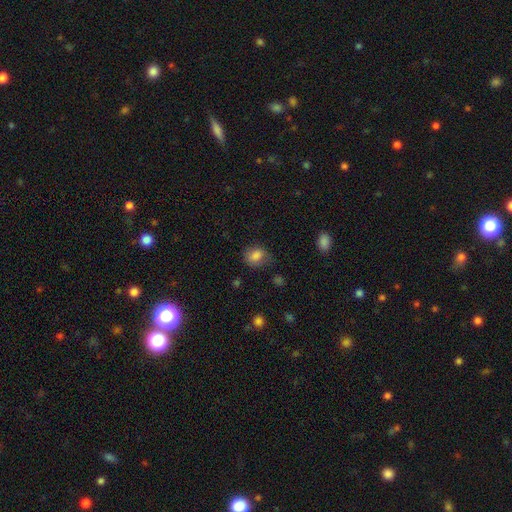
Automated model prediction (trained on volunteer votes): smooth-or-featured: smooth: 83% | star or artifact: 10% | featured or disk: 8%
  how-rounded: in between: 50% | round: 49% | cigar-shaped: 1%
  merging: none: 64% | minor disturbance: 26% | major disturbance: 8% | merger: 2%